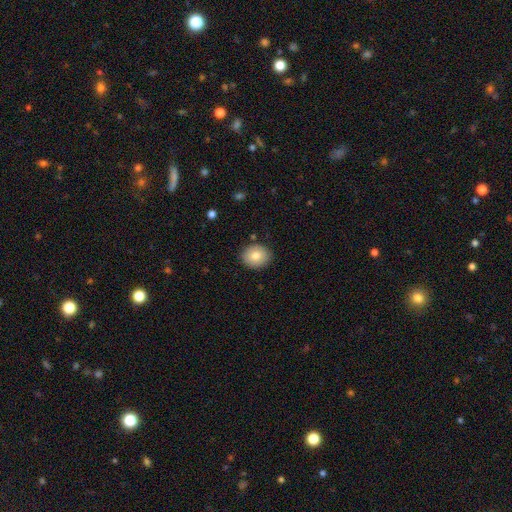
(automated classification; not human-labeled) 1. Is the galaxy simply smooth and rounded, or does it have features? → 80% smooth, 12% featured or disk, 8% star or artifact.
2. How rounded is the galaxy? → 59% round, 40% in between, 1% cigar-shaped.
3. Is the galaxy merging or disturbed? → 87% none, 9% minor disturbance, 2% major disturbance, 1% merger.